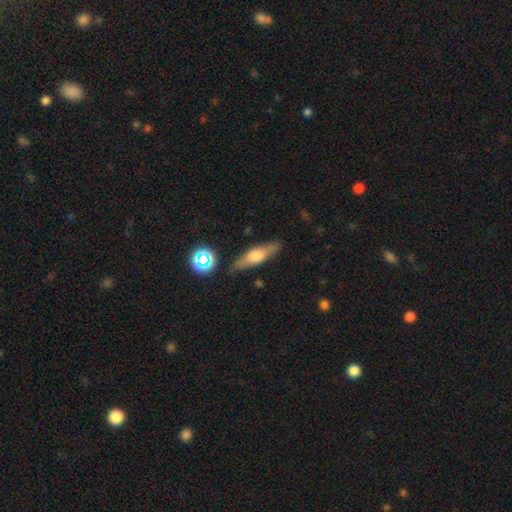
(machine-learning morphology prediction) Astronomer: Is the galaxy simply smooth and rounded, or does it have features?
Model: featured or disk — 49% (runner-up: smooth, 42%).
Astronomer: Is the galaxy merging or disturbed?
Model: none — 83%.